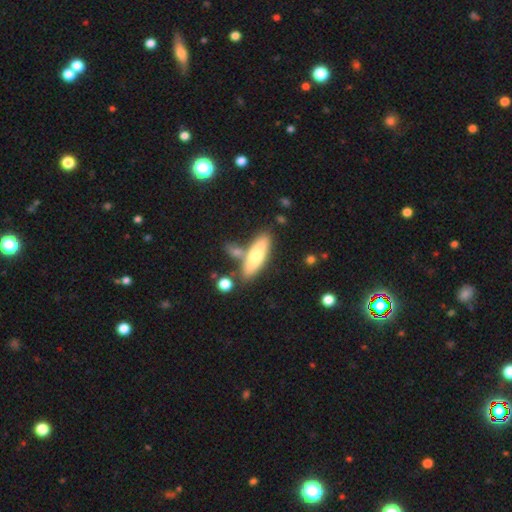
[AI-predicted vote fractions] A smooth galaxy with no disk features (64%) that is cigar-shaped (52%).

Vote fractions:
- Smooth or featured? smooth: 64% / featured or disk: 30% / star or artifact: 6%
- How rounded? cigar-shaped: 52% / in between: 46% / round: 2%
- Merging? none: 67% / merger: 15% / minor disturbance: 14% / major disturbance: 4%